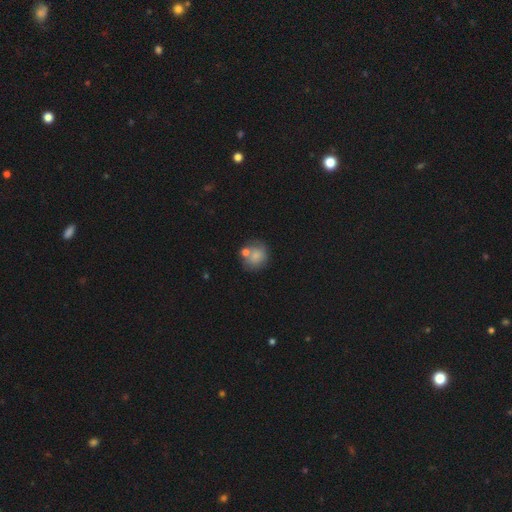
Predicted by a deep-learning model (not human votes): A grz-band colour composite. It shows a smooth galaxy with no disk features (72%) that is round (74%). Merging: none (50%).